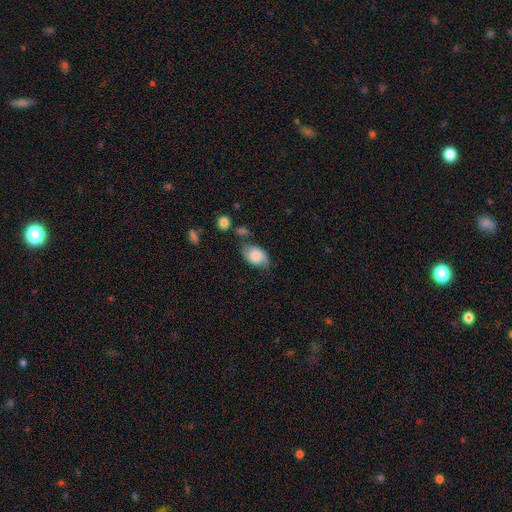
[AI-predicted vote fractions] A smooth galaxy with no disk features (59%) that is in between round and cigar-shaped (85%).

Vote fractions:
- Smooth or featured? smooth: 59% / featured or disk: 33% / star or artifact: 8%
- How rounded? in between: 85% / round: 13% / cigar-shaped: 2%
- Merging? none: 54% / minor disturbance: 29% / major disturbance: 11% / merger: 7%